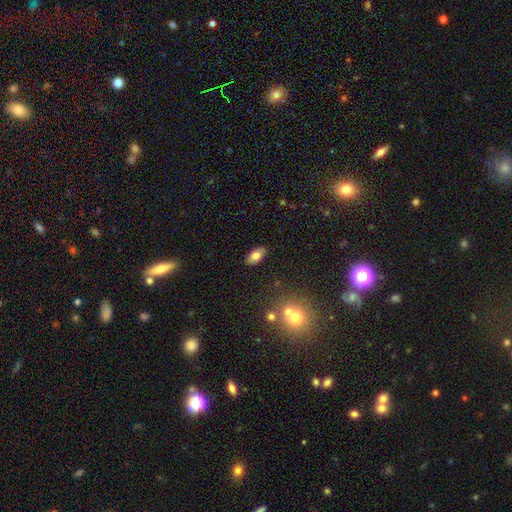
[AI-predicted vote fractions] This is likely a smooth galaxy (75%). How rounded: clearly in between (91%). Merging: clearly none (87%).